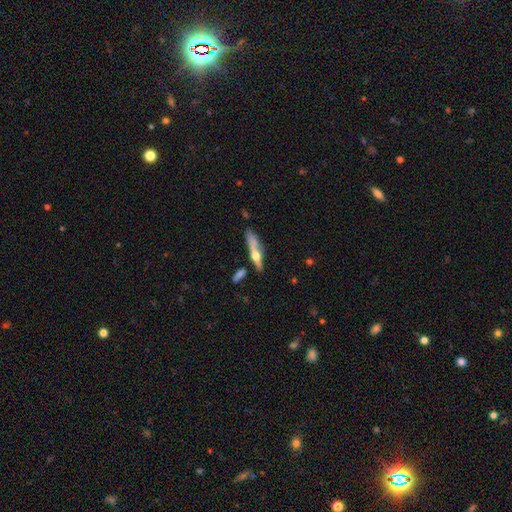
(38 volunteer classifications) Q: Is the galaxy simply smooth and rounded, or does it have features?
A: featured or disk — 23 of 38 (61%).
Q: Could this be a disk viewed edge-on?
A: yes — 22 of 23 (96%).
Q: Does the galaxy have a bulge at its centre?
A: rounded — 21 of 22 (95%).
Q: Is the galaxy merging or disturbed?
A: none — 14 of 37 (38%).